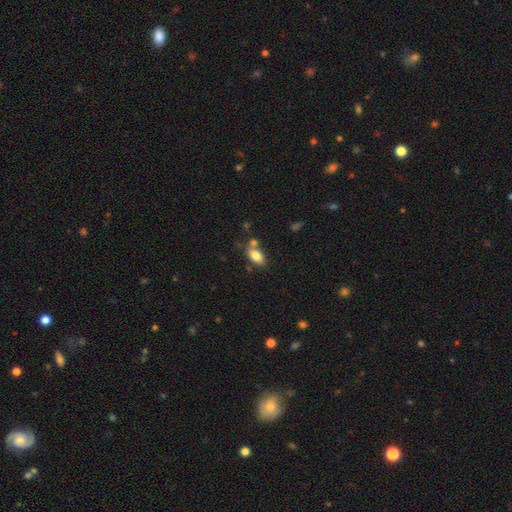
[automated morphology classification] Smooth or featured? Predicted: smooth (p=0.80). How rounded? Predicted: in between (p=0.90). Merging? Predicted: none (p=0.61).